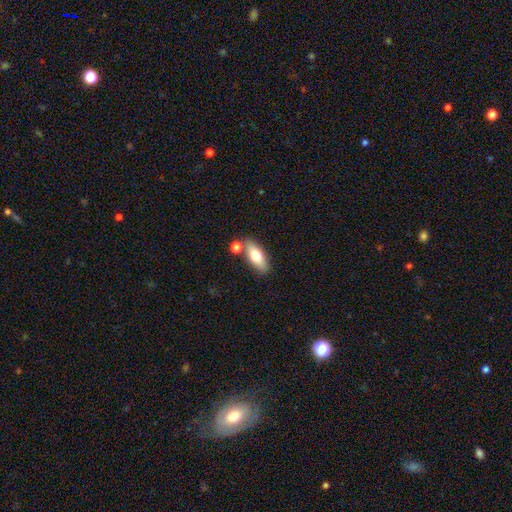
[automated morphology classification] A smooth galaxy with no disk features (72%) that is in between round and cigar-shaped (75%). Merging: none (70%).